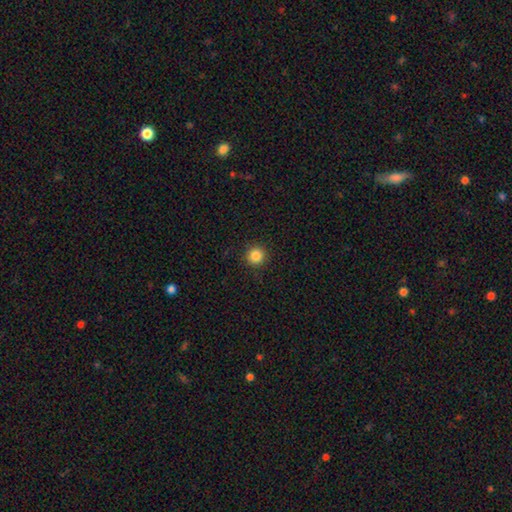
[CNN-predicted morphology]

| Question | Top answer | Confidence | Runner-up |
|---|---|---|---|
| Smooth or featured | smooth | 86% | star or artifact (10%) |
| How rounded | round | 95% | in between (4%) |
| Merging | none | 92% | minor disturbance (5%) |